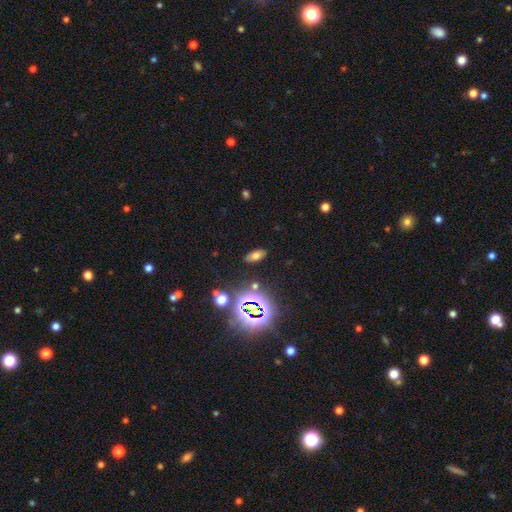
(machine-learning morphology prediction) A smooth galaxy with no disk features (59%) that is in between round and cigar-shaped (86%). Merging: none (86%).